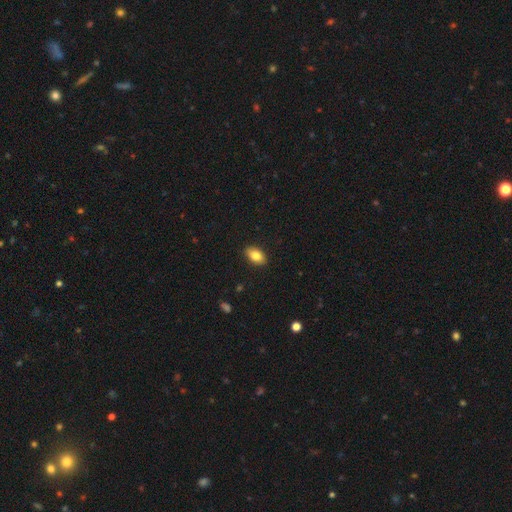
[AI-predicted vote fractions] smooth_or_featured: smooth (p=0.84) [alt: featured or disk p=0.09]
how_rounded: in between (p=0.90) [alt: round p=0.08]
merging: none (p=0.89) [alt: minor disturbance p=0.09]